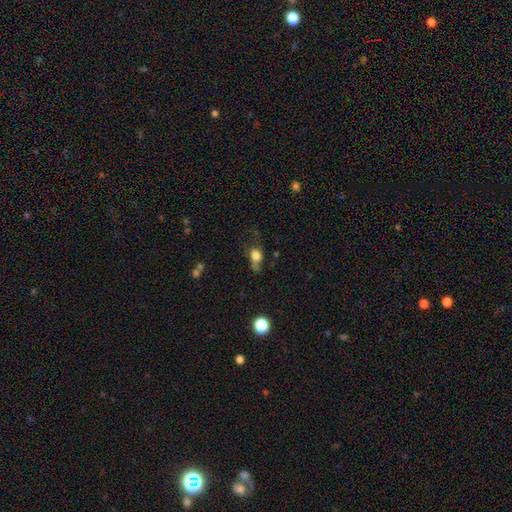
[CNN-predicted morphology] smooth-or-featured: smooth: 69% | featured or disk: 19% | star or artifact: 12%
  how-rounded: in between: 56% | round: 39% | cigar-shaped: 6%
  merging: major disturbance: 36% | none: 32% | minor disturbance: 27% | merger: 5%